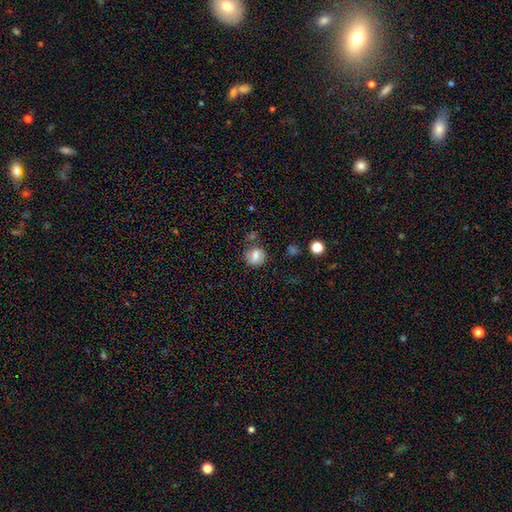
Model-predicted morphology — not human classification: A smooth galaxy with no disk features (73%) that is round (84%). Merging: none (75%).